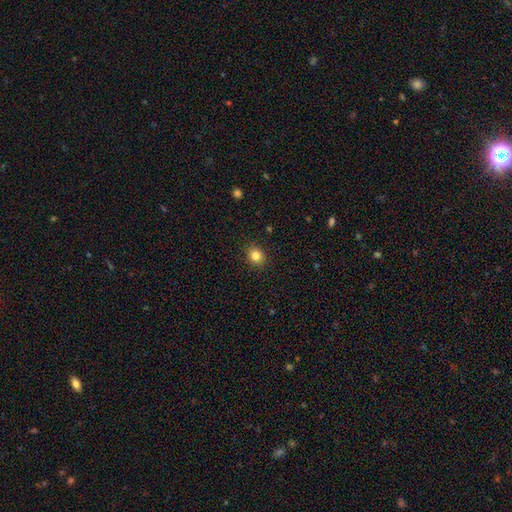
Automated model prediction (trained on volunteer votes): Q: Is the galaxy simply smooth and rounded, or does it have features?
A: smooth — 84%.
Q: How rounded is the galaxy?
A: round — 69%.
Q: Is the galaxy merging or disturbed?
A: none — 90%.